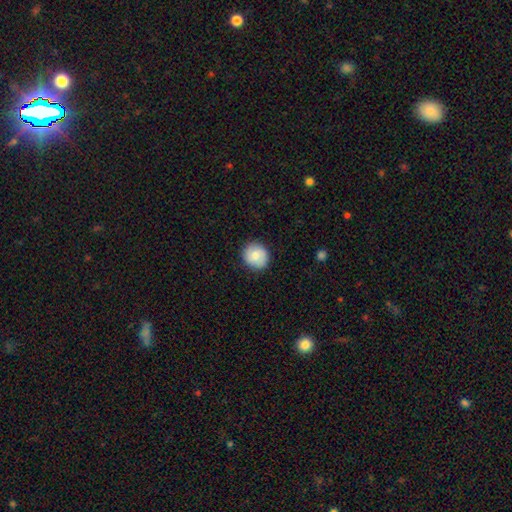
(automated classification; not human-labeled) This appears to be a smooth galaxy with no disk features (74%) that is round (89%). Merging: none (88%).